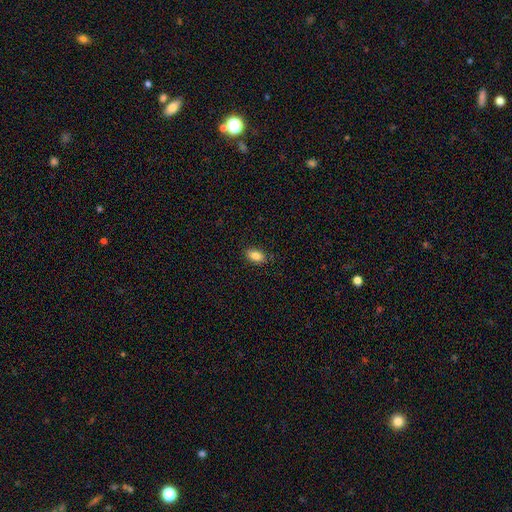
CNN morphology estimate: smooth_or_featured: smooth (p=0.85) [alt: star or artifact p=0.08]
how_rounded: in between (p=0.89) [alt: round p=0.08]
merging: none (p=0.87) [alt: minor disturbance p=0.10]